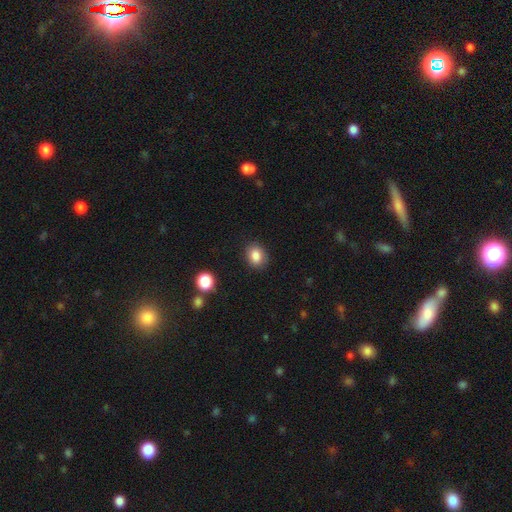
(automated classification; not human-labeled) smooth-or-featured: smooth: 85% | star or artifact: 10% | featured or disk: 6%
  how-rounded: round: 50% | in between: 49% | cigar-shaped: 1%
  merging: none: 87% | minor disturbance: 9% | major disturbance: 2% | merger: 1%